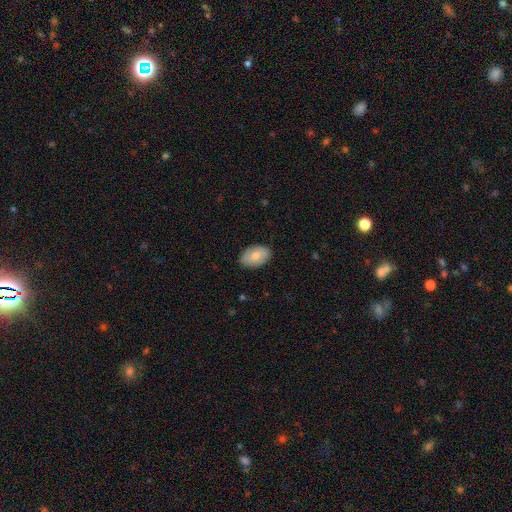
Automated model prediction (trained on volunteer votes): Overall: smooth (73%). How rounded: in between (90%). Merging: none (85%).